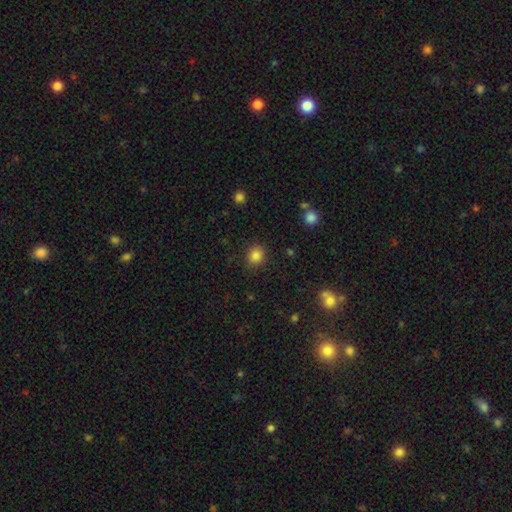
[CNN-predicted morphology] Q: Smooth or featured?
A: smooth (84%); runner-up: star or artifact (12%)
Q: How rounded?
A: round (78%); runner-up: in between (22%)
Q: Merging?
A: none (88%); runner-up: minor disturbance (8%)